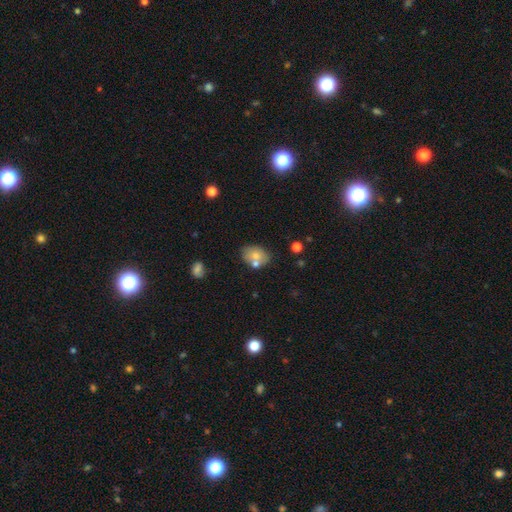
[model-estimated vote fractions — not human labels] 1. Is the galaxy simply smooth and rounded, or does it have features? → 72% smooth, 19% featured or disk, 9% star or artifact.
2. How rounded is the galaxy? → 73% in between, 25% round, 1% cigar-shaped.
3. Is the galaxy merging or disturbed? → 60% none, 20% merger, 16% minor disturbance, 4% major disturbance.